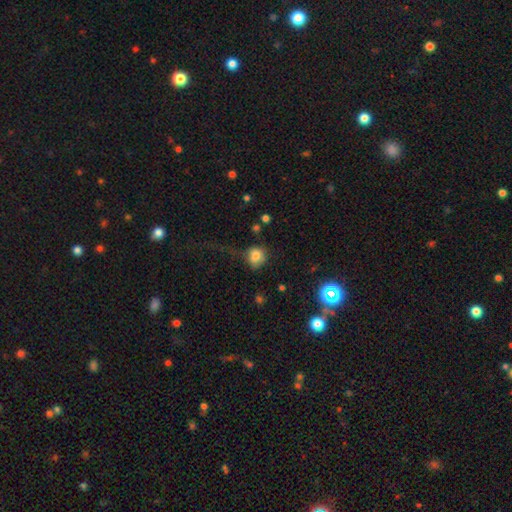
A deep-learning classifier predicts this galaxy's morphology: Overall: smooth (79%). How rounded: round (78%). Merging: none (50%; major disturbance 24%).